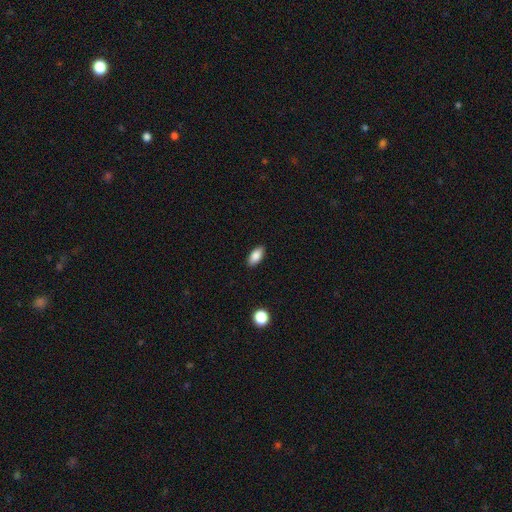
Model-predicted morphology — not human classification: type=smooth (86%); roundness=in between (90%); merging=none (89%).